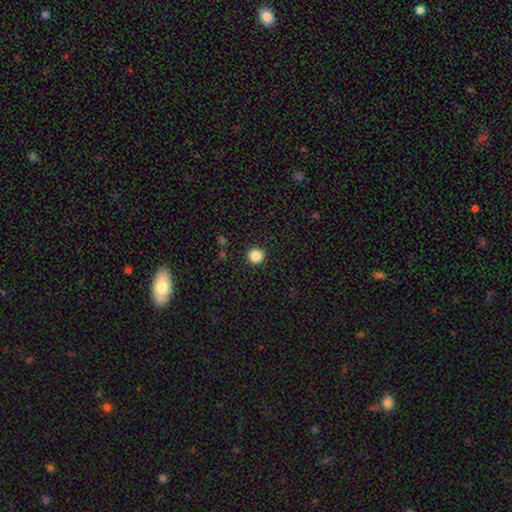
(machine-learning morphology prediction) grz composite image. It shows a smooth galaxy with no disk features (86%) that is round (95%). Merging: none (93%).